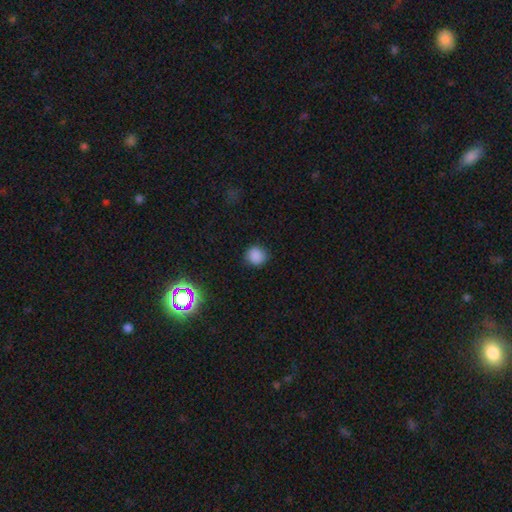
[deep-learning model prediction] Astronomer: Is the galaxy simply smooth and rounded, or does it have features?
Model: smooth — 84%.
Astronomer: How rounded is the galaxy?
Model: round — 88%.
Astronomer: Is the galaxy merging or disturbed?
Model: none — 87%.